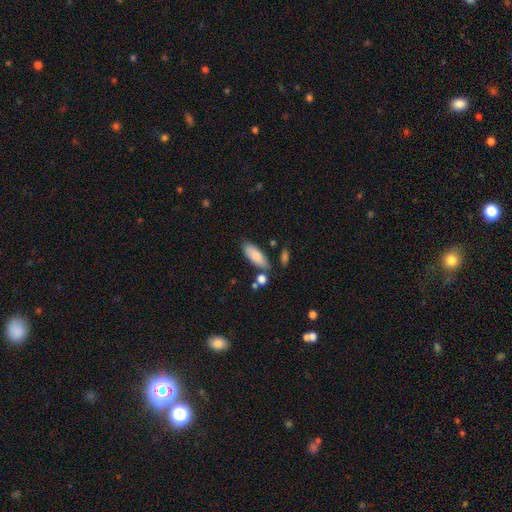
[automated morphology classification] Smooth or featured? smooth (82%)
How rounded? in between (72%)
Merging? none (74%)